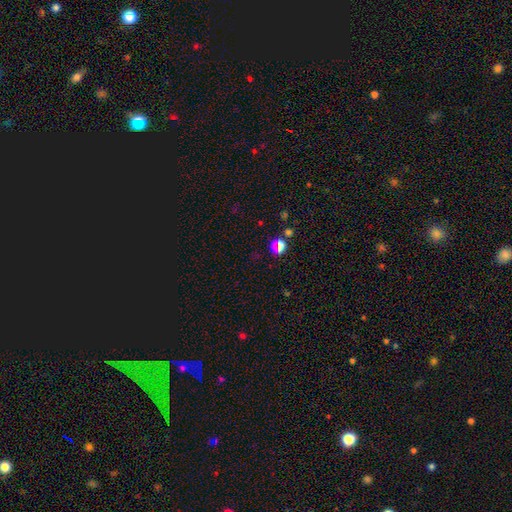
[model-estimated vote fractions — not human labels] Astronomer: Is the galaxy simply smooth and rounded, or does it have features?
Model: star or artifact — 57% (runner-up: smooth, 36%).